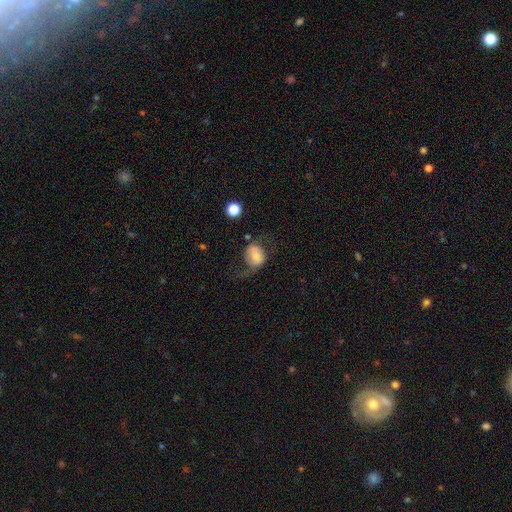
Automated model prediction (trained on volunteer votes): Smooth or featured: featured or disk — 48% (smooth — 44%)
Merging: none — 38% (major disturbance — 35%)